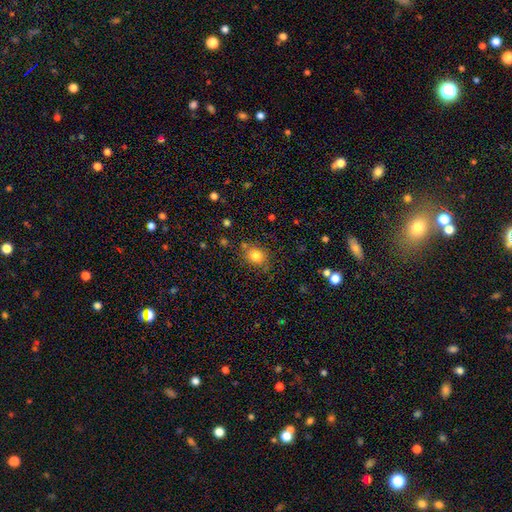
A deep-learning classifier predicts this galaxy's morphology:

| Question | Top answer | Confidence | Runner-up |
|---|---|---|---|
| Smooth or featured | smooth | 81% | star or artifact (12%) |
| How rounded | round | 65% | in between (34%) |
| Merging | none | 76% | minor disturbance (15%) |